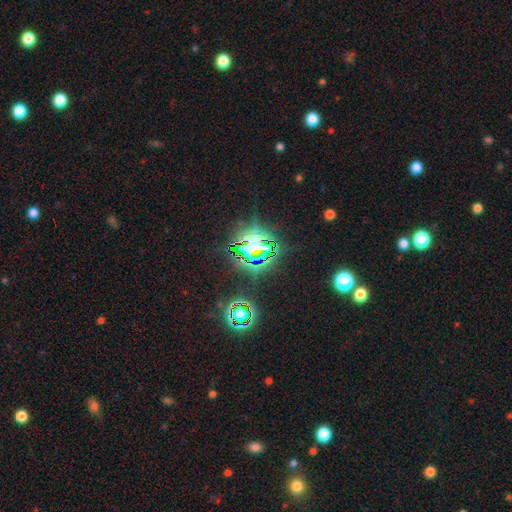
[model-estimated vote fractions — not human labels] Smooth or featured? Predicted: star or artifact (p=0.81).